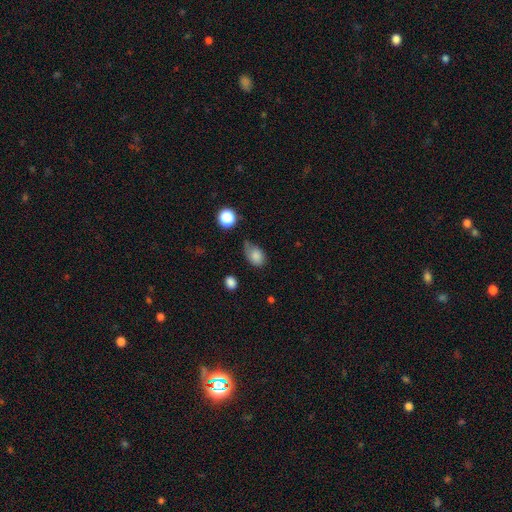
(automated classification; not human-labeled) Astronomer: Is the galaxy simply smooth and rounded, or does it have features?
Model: smooth — 81%.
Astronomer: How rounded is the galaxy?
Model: in between — 76%.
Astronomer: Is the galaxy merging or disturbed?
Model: none — 43% (runner-up: minor disturbance, 39%).